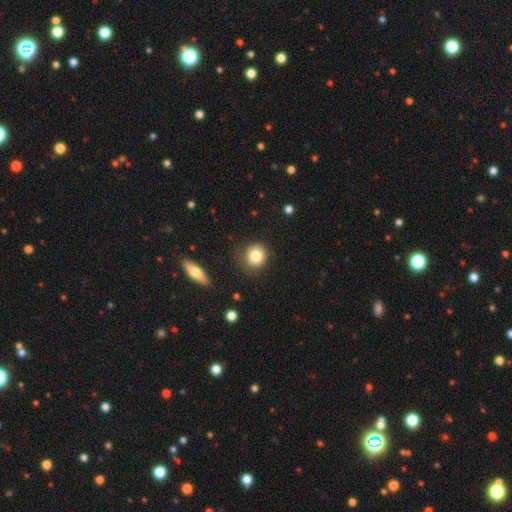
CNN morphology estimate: The model was most divided on "merging": none: 80%, minor disturbance: 14%, major disturbance: 4%, merger: 2%. More confident: smooth or featured — smooth (84%); how rounded — round (83%).